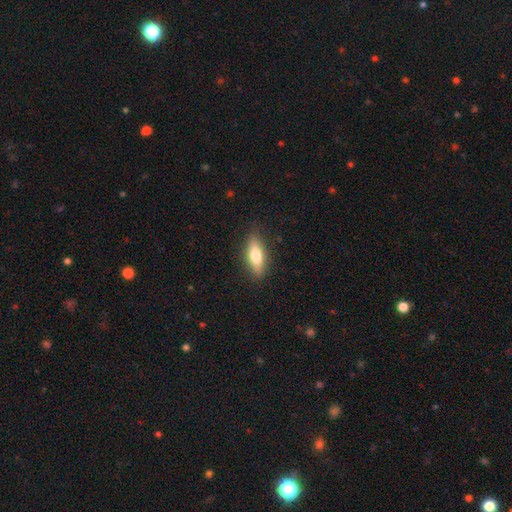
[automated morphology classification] Overall: smooth (63%; featured or disk 30%). How rounded: in between (55%; cigar-shaped 42%). Merging: none (87%).